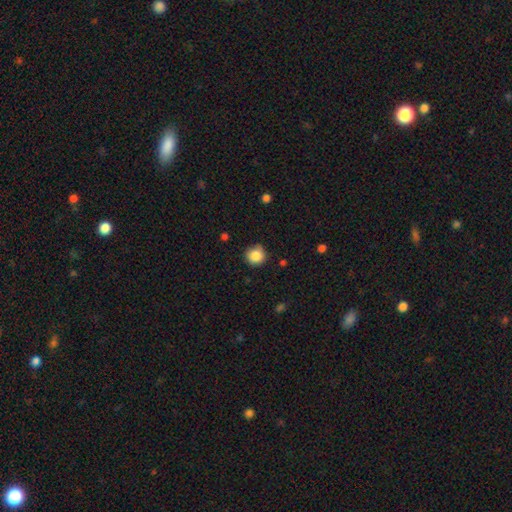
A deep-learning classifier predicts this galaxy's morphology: Smooth or featured? Predicted: smooth (p=0.86). How rounded? Predicted: round (p=0.93). Merging? Predicted: none (p=0.83).